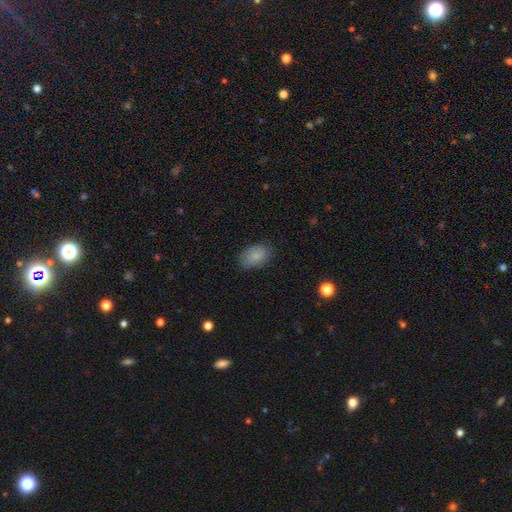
smooth-or-featured: smooth: 82% | featured or disk: 13% | star or artifact: 5%
  how-rounded: in between: 100% | round: 0% | cigar-shaped: 0%
  merging: none: 83% | minor disturbance: 17% | major disturbance: 0% | merger: 0%